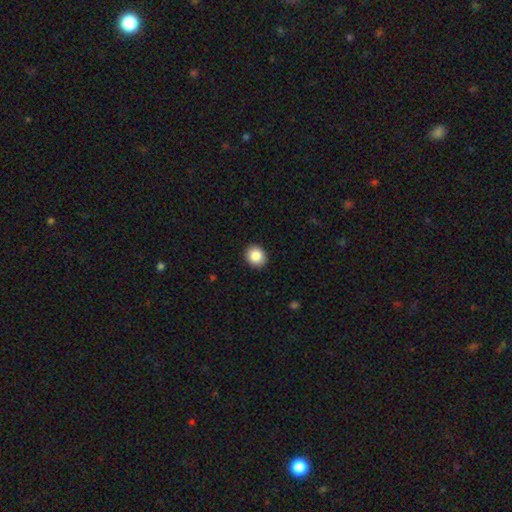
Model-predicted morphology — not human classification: Smooth or featured? smooth (87%)
How rounded? round (77%)
Merging? none (91%)